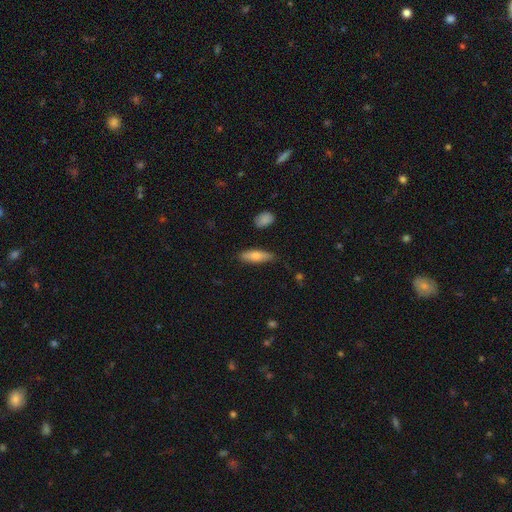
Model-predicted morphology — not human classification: Smooth or featured: smooth — 73% (featured or disk — 20%)
How rounded: cigar-shaped — 51% (in between — 47%)
Merging: none — 79% (minor disturbance — 15%)